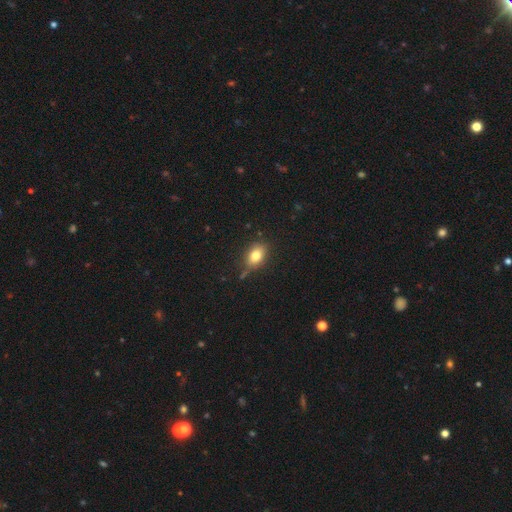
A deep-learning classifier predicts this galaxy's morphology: Smooth or featured: smooth — 81% (featured or disk — 10%)
How rounded: in between — 78% (round — 20%)
Merging: none — 75% (minor disturbance — 17%)